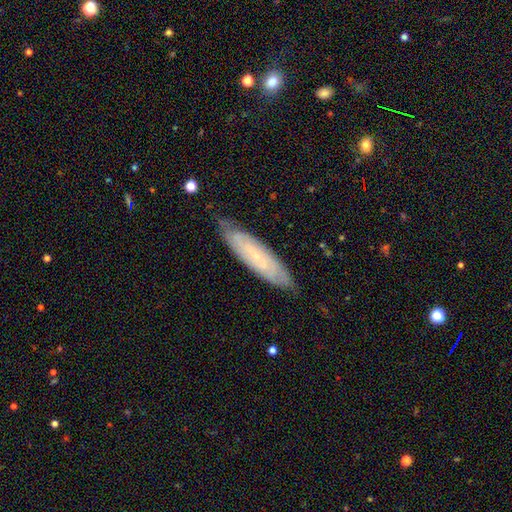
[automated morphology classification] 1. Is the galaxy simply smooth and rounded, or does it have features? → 56% featured or disk, 36% smooth, 9% star or artifact.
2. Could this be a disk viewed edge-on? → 65% no, 35% yes.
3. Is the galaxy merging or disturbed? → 78% none, 18% minor disturbance, 3% major disturbance, 1% merger.